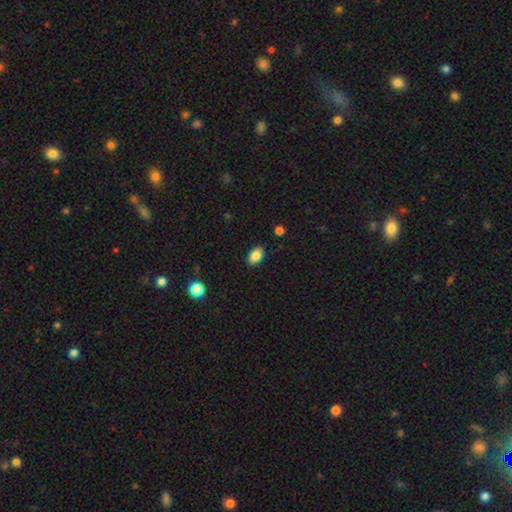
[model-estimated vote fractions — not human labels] Morphology: type=smooth (86%); roundness=in between (89%); merging=none (88%).